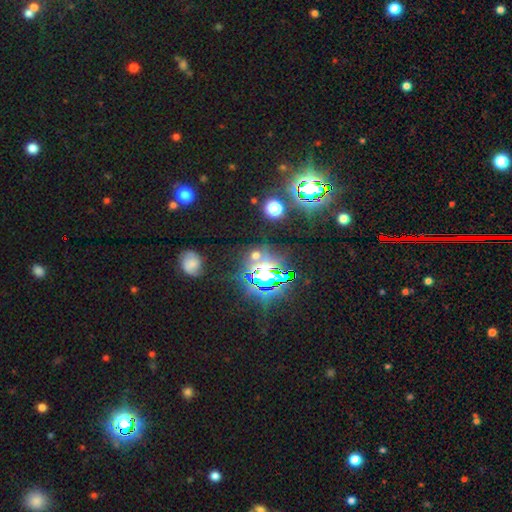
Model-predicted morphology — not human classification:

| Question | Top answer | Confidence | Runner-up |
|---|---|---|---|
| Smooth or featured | star or artifact | 75% | smooth (15%) |